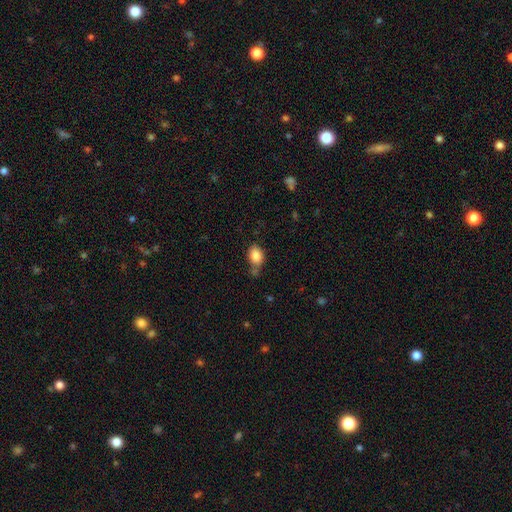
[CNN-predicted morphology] Smooth or featured: smooth — 85% (star or artifact — 9%)
How rounded: in between — 75% (round — 24%)
Merging: none — 59% (minor disturbance — 22%)